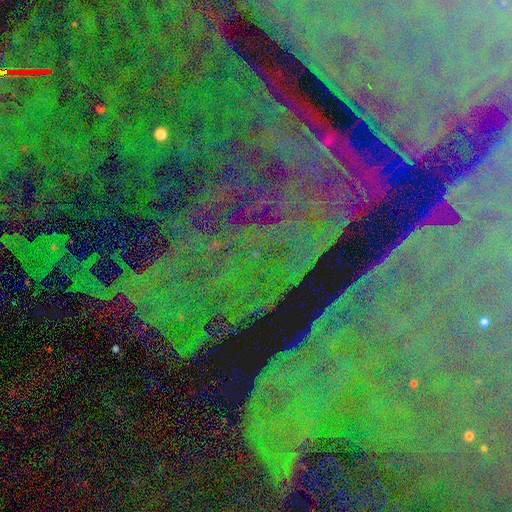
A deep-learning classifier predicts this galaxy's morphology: Overall: star or artifact (86%).